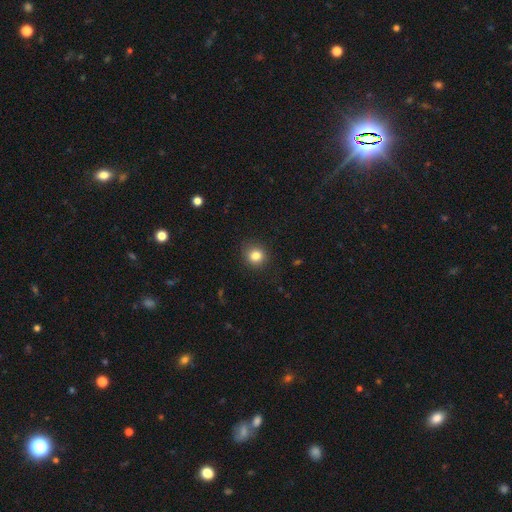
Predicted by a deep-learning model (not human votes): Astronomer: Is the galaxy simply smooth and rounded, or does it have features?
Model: smooth — 83%.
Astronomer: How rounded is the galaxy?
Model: round — 85%.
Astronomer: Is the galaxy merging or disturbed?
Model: none — 88%.